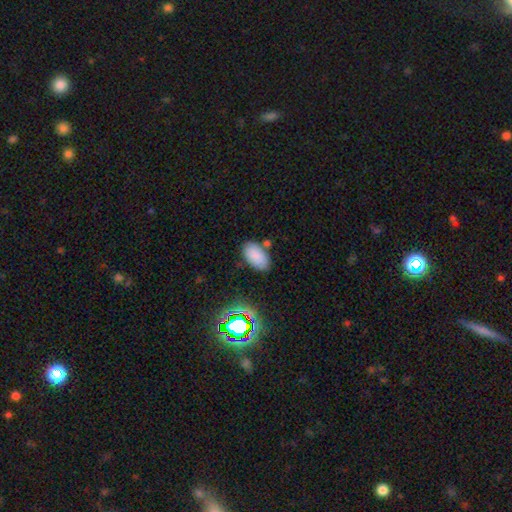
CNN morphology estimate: A smooth galaxy with no disk features (85%) that is in between round and cigar-shaped (94%). Merging: none (77%).